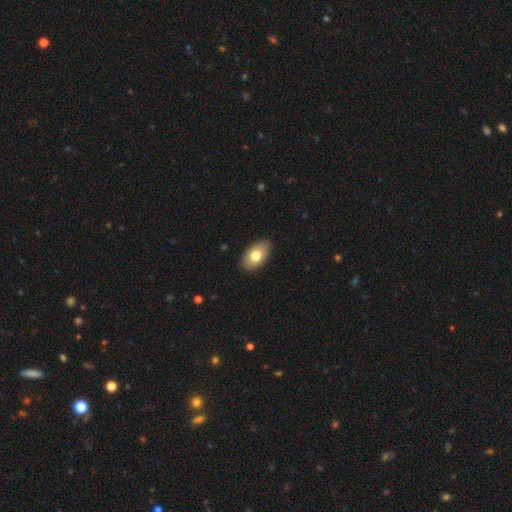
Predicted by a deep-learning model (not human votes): smooth-or-featured: smooth: 76% | featured or disk: 17% | star or artifact: 7%
  how-rounded: in between: 93% | round: 6% | cigar-shaped: 2%
  merging: none: 87% | minor disturbance: 10% | major disturbance: 2% | merger: 1%